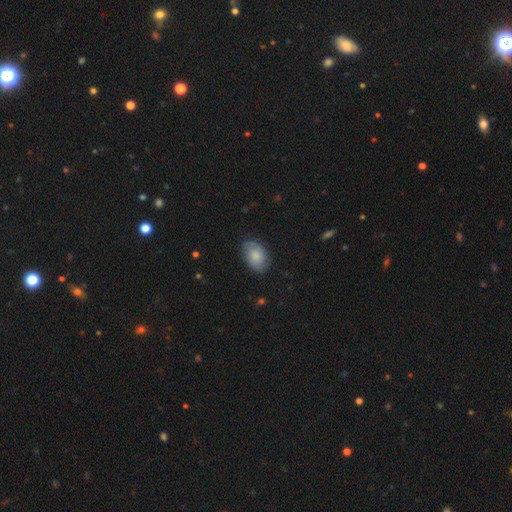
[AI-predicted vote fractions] A smooth galaxy with no disk features (78%) that is in between round and cigar-shaped (89%).

Vote fractions:
- Smooth or featured? smooth: 78% / featured or disk: 16% / star or artifact: 7%
- How rounded? in between: 89% / round: 9% / cigar-shaped: 1%
- Merging? none: 78% / minor disturbance: 17% / major disturbance: 4% / merger: 1%